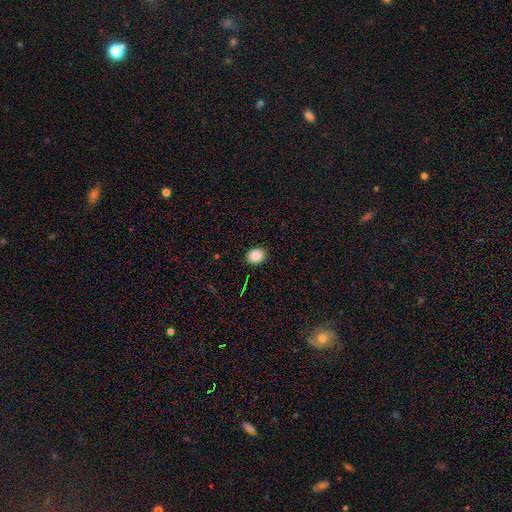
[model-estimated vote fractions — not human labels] The model was most divided on "how rounded": in between: 51%, round: 48%, cigar-shaped: 1%. More confident: merging — none (90%); smooth or featured — smooth (87%).